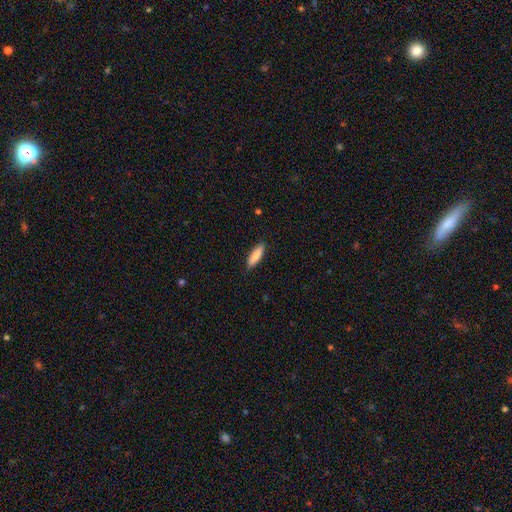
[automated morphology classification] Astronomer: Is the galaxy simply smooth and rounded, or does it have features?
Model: smooth — 84%.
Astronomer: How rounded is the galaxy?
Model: cigar-shaped — 60% (runner-up: in between, 39%).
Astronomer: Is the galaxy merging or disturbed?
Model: none — 88%.